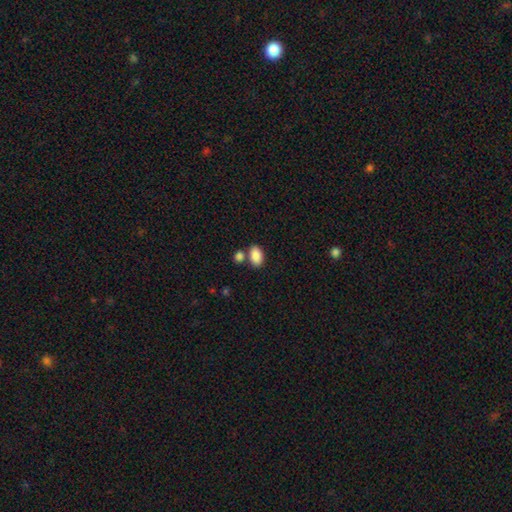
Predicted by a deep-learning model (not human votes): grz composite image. It shows a smooth galaxy with no disk features (88%) that is in between round and cigar-shaped (90%). Merging: none (64%).